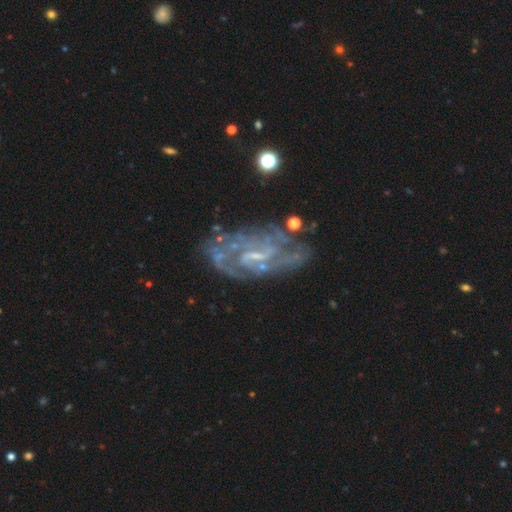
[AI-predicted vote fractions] Q: Smooth or featured?
A: featured or disk (83%); runner-up: smooth (9%)
Q: Edge-on disk?
A: no (95%); runner-up: yes (5%)
Q: Bar?
A: weak (50%); runner-up: no (28%)
Q: Spiral arms?
A: yes (84%); runner-up: no (16%)
Q: Spiral winding?
A: tight (44%); runner-up: medium (40%)
Q: Spiral arm count?
A: can't tell (41%); runner-up: 2 (31%)
Q: Bulge size?
A: small (53%); runner-up: none (27%)
Q: Merging?
A: none (62%); runner-up: minor disturbance (20%)